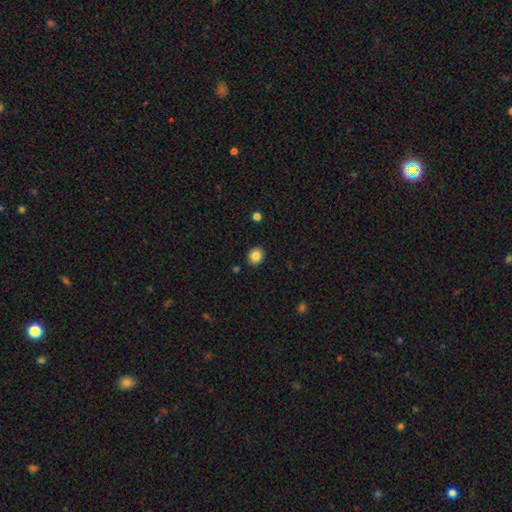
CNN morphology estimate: This is clearly a smooth galaxy (84%). How rounded: likely round (74%). Merging: clearly none (90%).